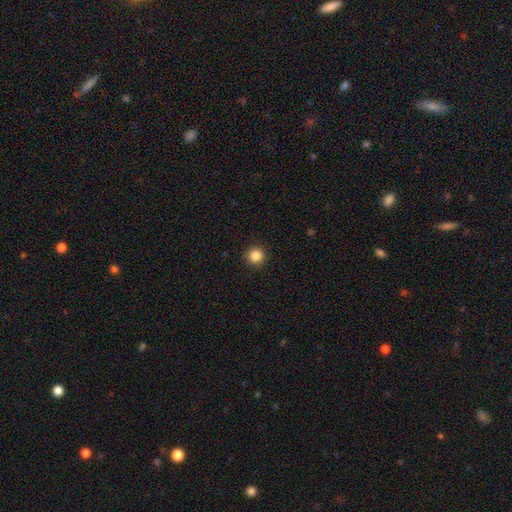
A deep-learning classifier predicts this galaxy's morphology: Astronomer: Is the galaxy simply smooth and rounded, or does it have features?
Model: smooth — 86%.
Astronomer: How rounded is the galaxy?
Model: round — 95%.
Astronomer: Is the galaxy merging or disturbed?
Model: none — 92%.